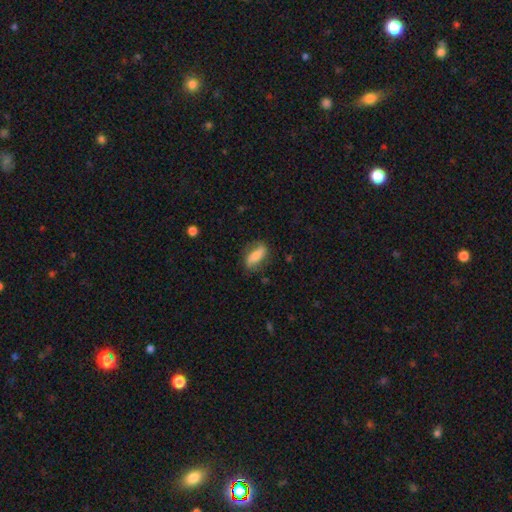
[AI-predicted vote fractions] smooth_or_featured: smooth (p=0.63) [alt: featured or disk p=0.30]
how_rounded: in between (p=0.74) [alt: cigar-shaped p=0.21]
merging: none (p=0.68) [alt: minor disturbance p=0.22]